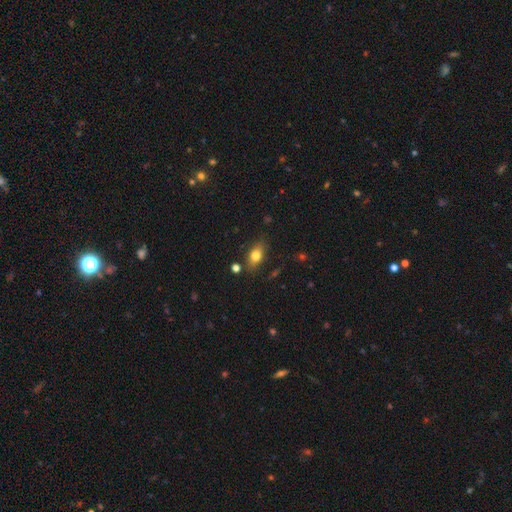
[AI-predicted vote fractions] Smooth or featured: smooth — 77% (featured or disk — 13%)
How rounded: in between — 80% (round — 13%)
Merging: none — 78% (minor disturbance — 15%)